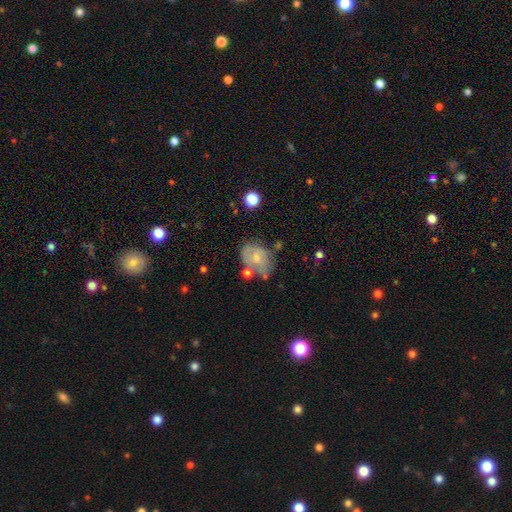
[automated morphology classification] Smooth or featured? Predicted: smooth (p=0.50). Merging? Predicted: none (p=0.46).